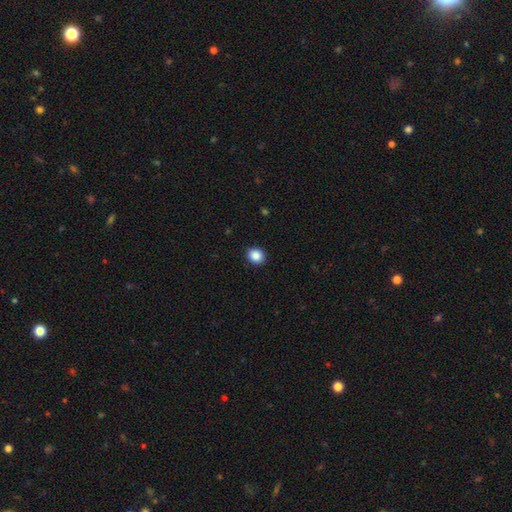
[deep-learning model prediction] A smooth galaxy with no disk features (87%) that is round (71%). Merging: none (92%).